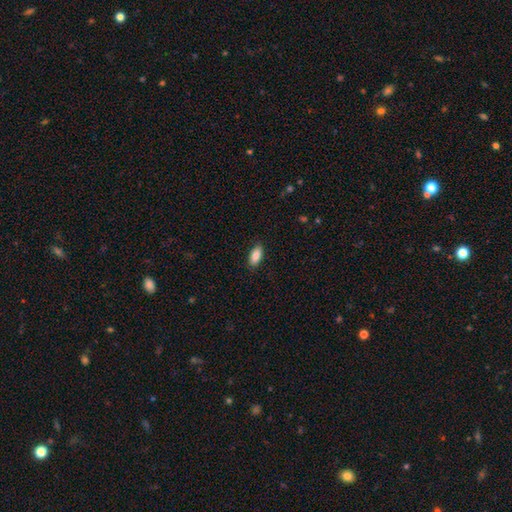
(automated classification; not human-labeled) smooth 88%, star or artifact 7%, featured or disk 6%. Down the decision tree: how rounded — in between (89%); merging — none (87%).